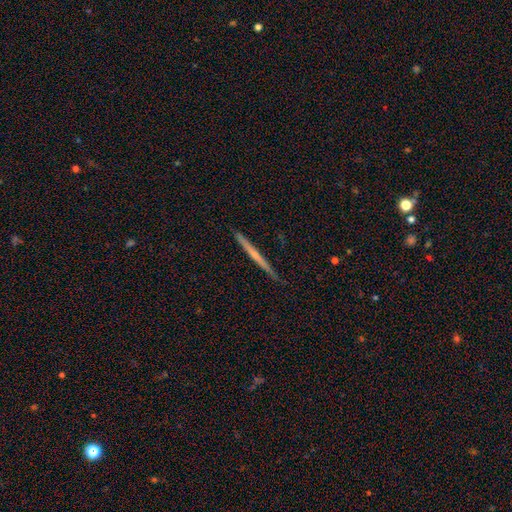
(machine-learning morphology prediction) Q: Smooth or featured?
A: featured or disk (54%); runner-up: smooth (40%)
Q: Edge-on disk?
A: yes (97%); runner-up: no (3%)
Q: Edge-on bulge?
A: none (72%); runner-up: rounded (23%)
Q: Merging?
A: none (87%); runner-up: minor disturbance (10%)